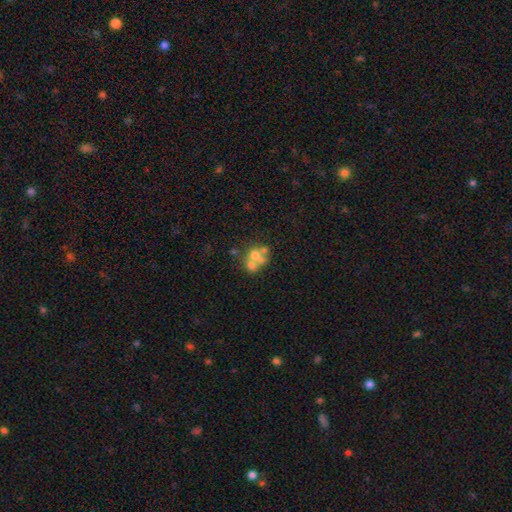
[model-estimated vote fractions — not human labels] smooth-or-featured: smooth: 48% | featured or disk: 37% | star or artifact: 15%
  merging: merger: 54% | none: 31% | minor disturbance: 8% | major disturbance: 7%